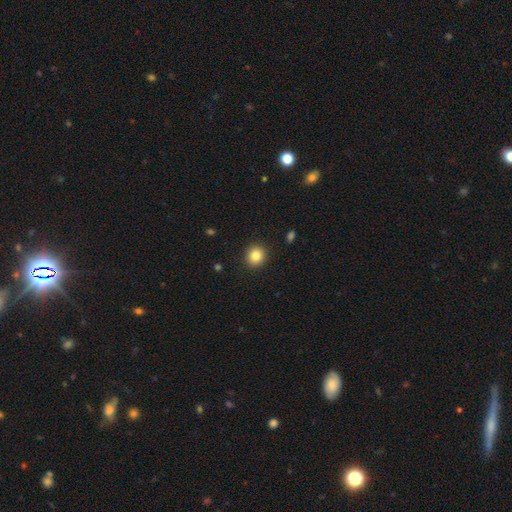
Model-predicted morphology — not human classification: A smooth galaxy with no disk features (84%) that is round (89%).

Vote fractions:
- Smooth or featured? smooth: 84% / star or artifact: 10% / featured or disk: 6%
- How rounded? round: 89% / in between: 10% / cigar-shaped: 1%
- Merging? none: 92% / minor disturbance: 5% / major disturbance: 2% / merger: 1%